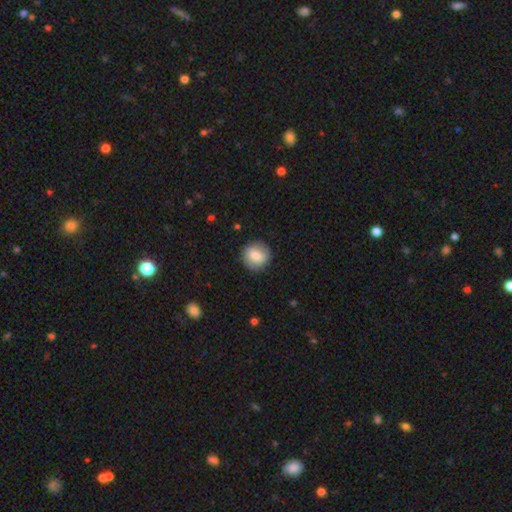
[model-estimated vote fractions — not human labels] smooth-or-featured: smooth: 77% | featured or disk: 16% | star or artifact: 7%
  how-rounded: round: 88% | in between: 11% | cigar-shaped: 1%
  merging: none: 87% | minor disturbance: 9% | major disturbance: 3% | merger: 1%